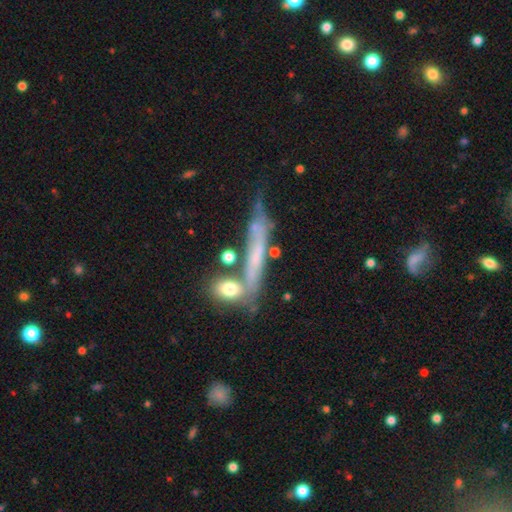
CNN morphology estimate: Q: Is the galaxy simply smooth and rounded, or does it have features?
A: featured or disk — 51%.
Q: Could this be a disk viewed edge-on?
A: yes — 69%.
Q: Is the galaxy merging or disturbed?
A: none — 47%.